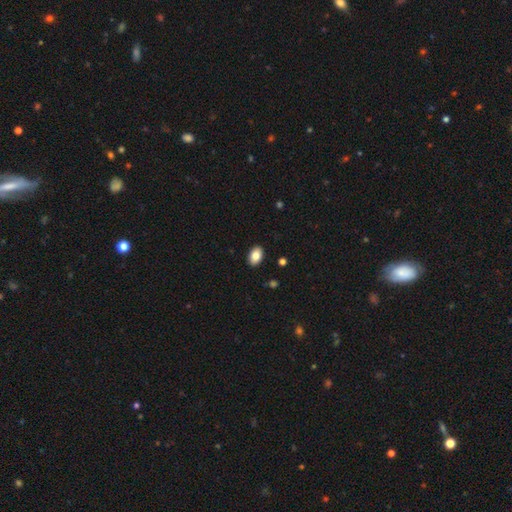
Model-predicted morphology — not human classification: Smooth or featured?
  - smooth: 85% *
  - featured or disk: 8%
  - star or artifact: 7%
How rounded?
  - in between: 89% *
  - round: 10%
  - cigar-shaped: 1%
Merging?
  - none: 90% *
  - minor disturbance: 7%
  - major disturbance: 2%
  - merger: 1%